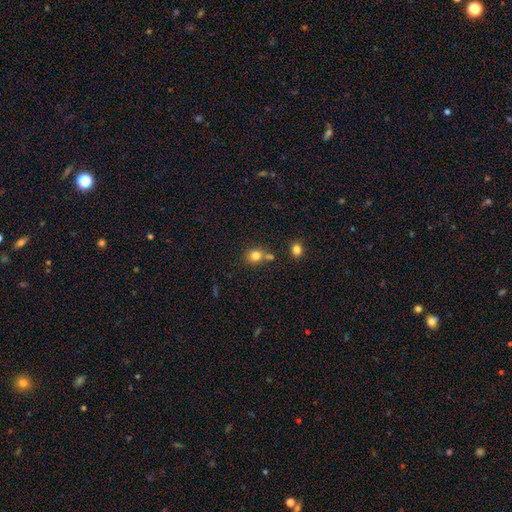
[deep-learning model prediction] This is clearly a smooth galaxy (81%). How rounded: likely round (74%). Merging: likely none (62%).